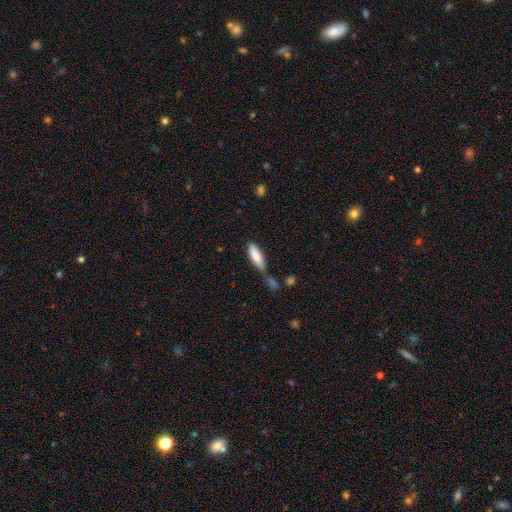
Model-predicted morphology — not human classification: smooth 83%, featured or disk 10%, star or artifact 7%. Down the decision tree: how rounded — in between (50%); merging — none (33%).